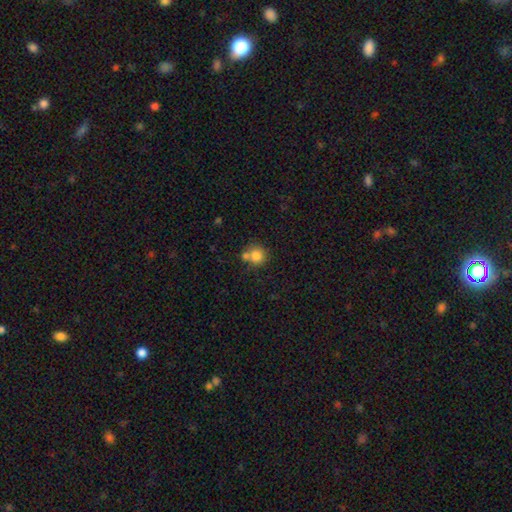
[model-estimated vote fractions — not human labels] smooth 81%, star or artifact 10%, featured or disk 9%. Down the decision tree: how rounded — round (90%); merging — none (57%).